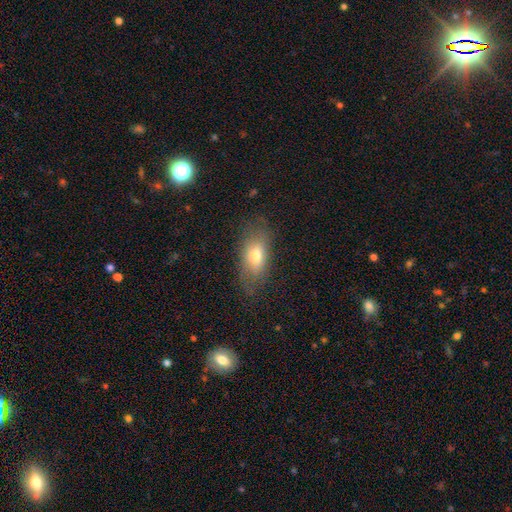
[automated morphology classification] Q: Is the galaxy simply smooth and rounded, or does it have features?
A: smooth — 69%.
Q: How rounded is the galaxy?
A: in between — 84%.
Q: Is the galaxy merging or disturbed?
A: none — 69%.